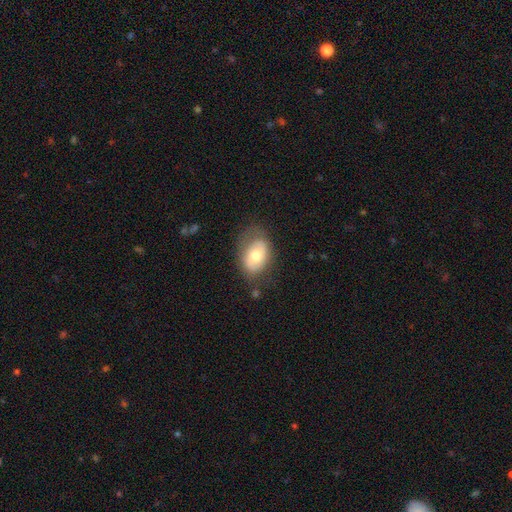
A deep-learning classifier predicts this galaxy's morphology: smooth-or-featured: smooth: 60% | featured or disk: 33% | star or artifact: 7%
  how-rounded: in between: 82% | round: 17% | cigar-shaped: 1%
  merging: none: 66% | minor disturbance: 23% | major disturbance: 9% | merger: 2%